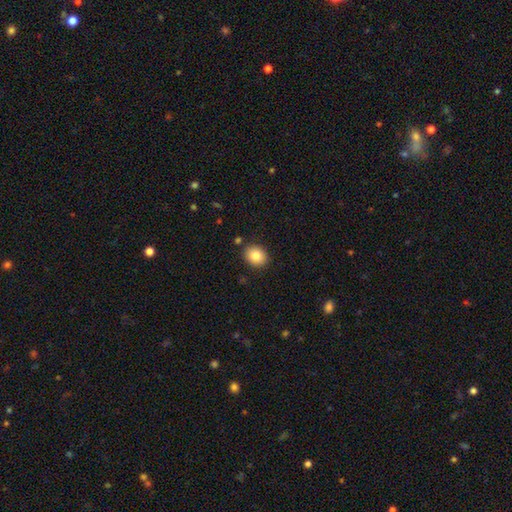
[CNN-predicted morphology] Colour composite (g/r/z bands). It shows a smooth galaxy with no disk features (84%) that is round (54%). Merging: none (87%).